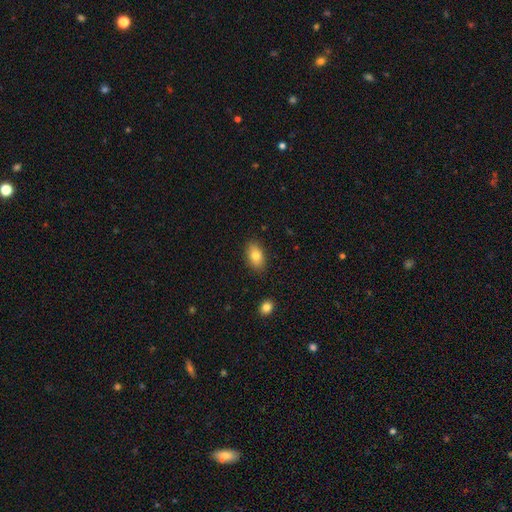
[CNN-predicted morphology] The model was most divided on "smooth or featured": smooth: 80%, featured or disk: 12%, star or artifact: 8%. More confident: how rounded — in between (90%); merging — none (86%).